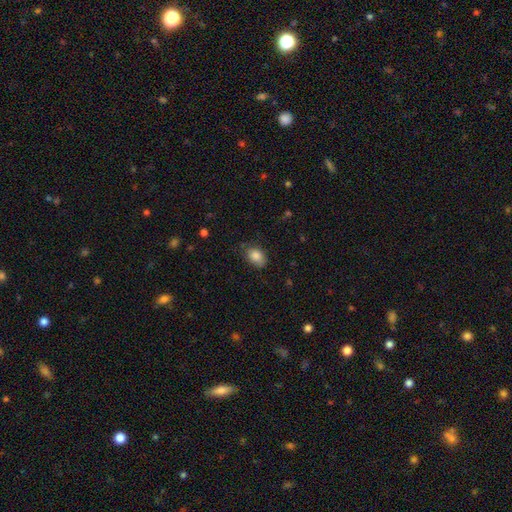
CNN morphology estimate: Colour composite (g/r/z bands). It shows a smooth galaxy with no disk features (85%) that is in between round and cigar-shaped (80%). Merging: none (67%).